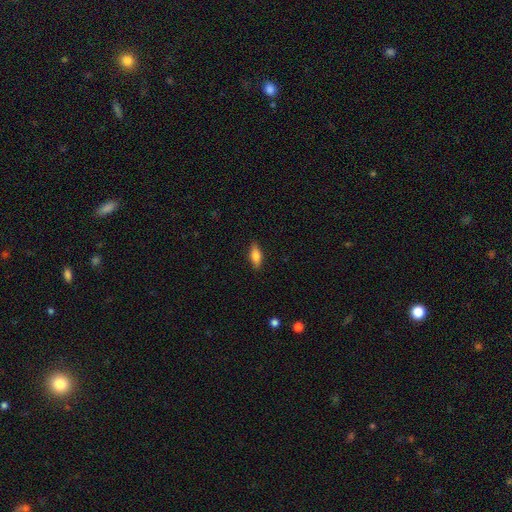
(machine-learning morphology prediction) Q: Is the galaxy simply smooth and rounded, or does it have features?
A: smooth — 74%.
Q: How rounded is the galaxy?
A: in between — 71%.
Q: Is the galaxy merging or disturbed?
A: none — 86%.